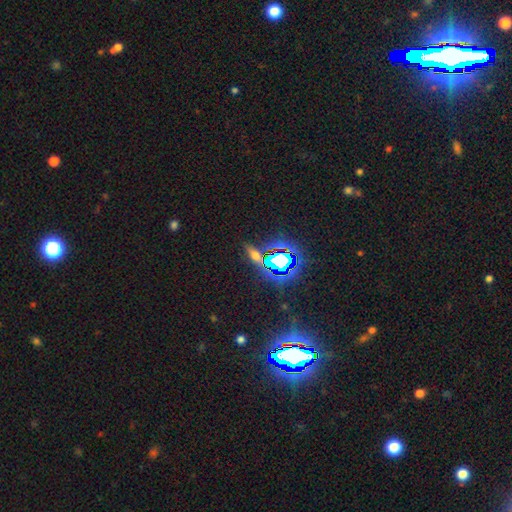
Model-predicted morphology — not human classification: A star or artifact, not a galaxy (48%).